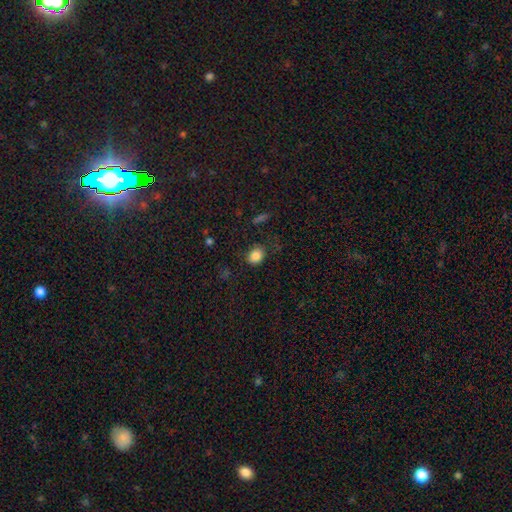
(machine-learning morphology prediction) Q: Smooth or featured?
A: smooth (84%); runner-up: star or artifact (11%)
Q: How rounded?
A: round (58%); runner-up: in between (41%)
Q: Merging?
A: none (78%); runner-up: minor disturbance (15%)